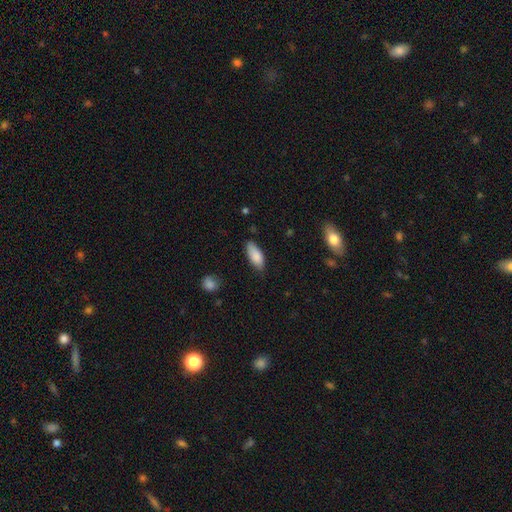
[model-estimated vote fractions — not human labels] smooth_or_featured: smooth (p=0.86) [alt: featured or disk p=0.08]
how_rounded: in between (p=0.83) [alt: cigar-shaped p=0.16]
merging: none (p=0.75) [alt: minor disturbance p=0.20]